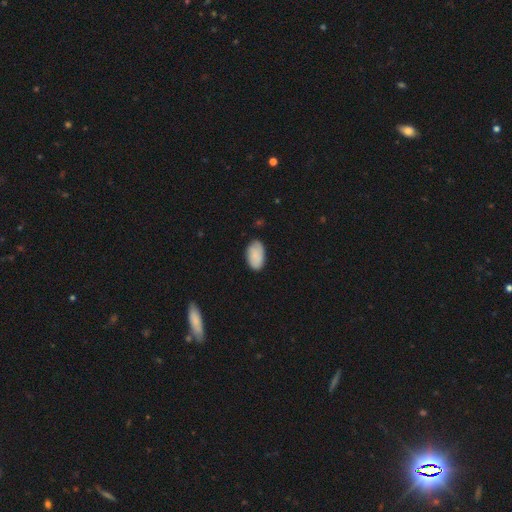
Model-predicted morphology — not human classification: type=smooth (85%); roundness=in between (95%); merging=none (81%).